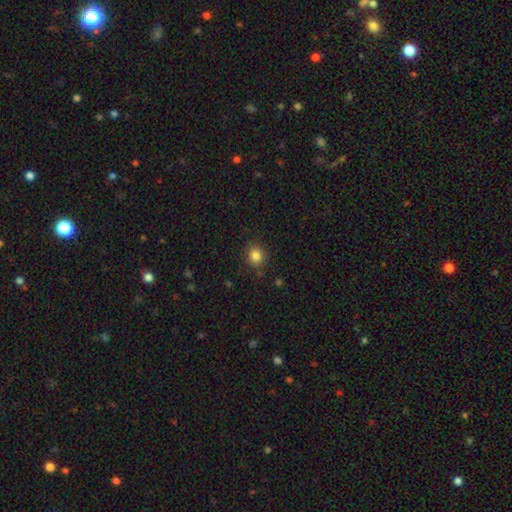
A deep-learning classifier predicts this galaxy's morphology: smooth-or-featured: smooth: 84% | star or artifact: 11% | featured or disk: 5%
  how-rounded: round: 76% | in between: 23% | cigar-shaped: 1%
  merging: none: 86% | minor disturbance: 10% | major disturbance: 3% | merger: 2%